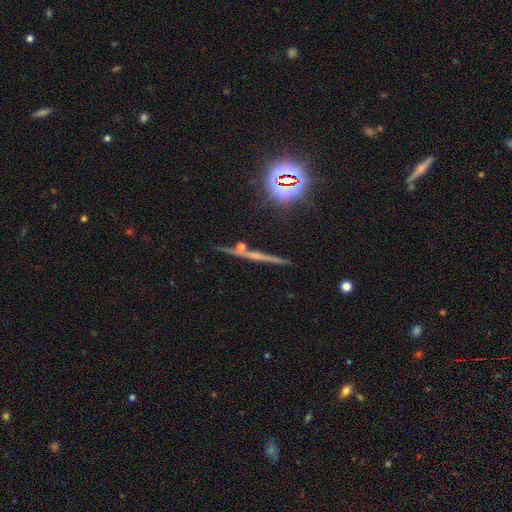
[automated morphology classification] The model was most divided on "smooth or featured": featured or disk: 50%, star or artifact: 29%, smooth: 22%. More confident: merging — none (84%).